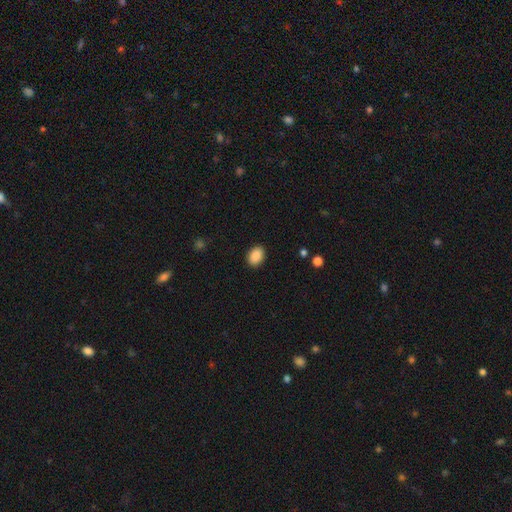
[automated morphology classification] Smooth or featured?
  - smooth: 89% *
  - star or artifact: 8%
  - featured or disk: 3%
How rounded?
  - in between: 75% *
  - round: 24%
  - cigar-shaped: 1%
Merging?
  - none: 90% *
  - minor disturbance: 7%
  - major disturbance: 2%
  - merger: 1%